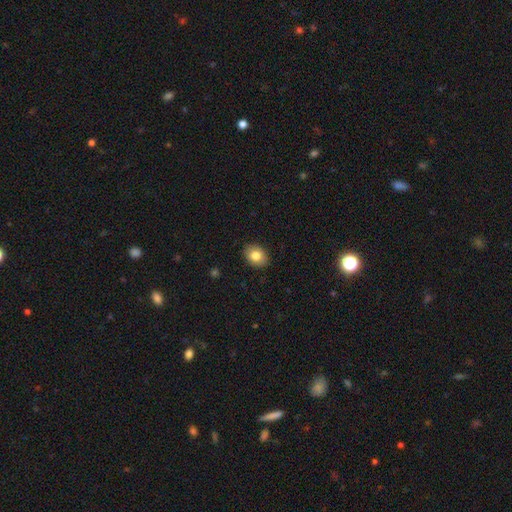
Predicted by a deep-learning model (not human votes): A smooth galaxy with no disk features (82%) that is in between round and cigar-shaped (63%).

Vote fractions:
- Smooth or featured? smooth: 82% / featured or disk: 10% / star or artifact: 9%
- How rounded? in between: 63% / round: 36% / cigar-shaped: 1%
- Merging? none: 89% / minor disturbance: 8% / major disturbance: 2% / merger: 1%